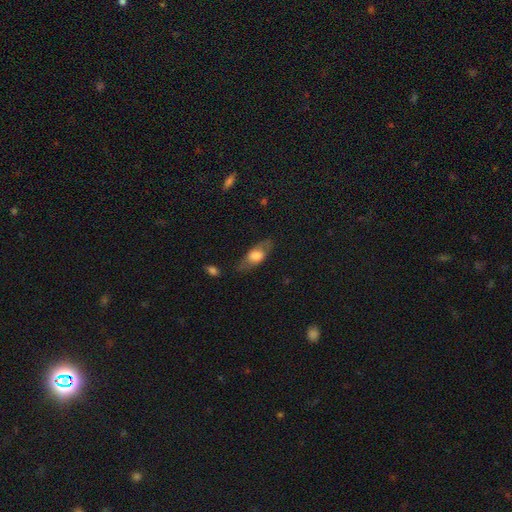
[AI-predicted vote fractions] Smooth or featured? smooth (58%)
How rounded? in between (76%)
Merging? none (70%)